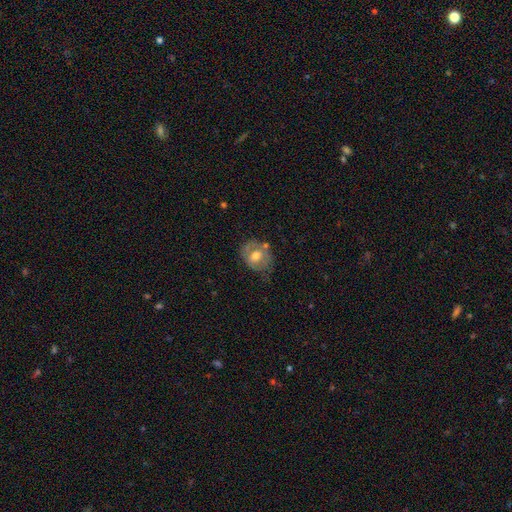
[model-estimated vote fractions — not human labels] The model was most divided on "smooth or featured": smooth: 51%, featured or disk: 42%, star or artifact: 7%. More confident: how rounded — round (56%); merging — none (55%).